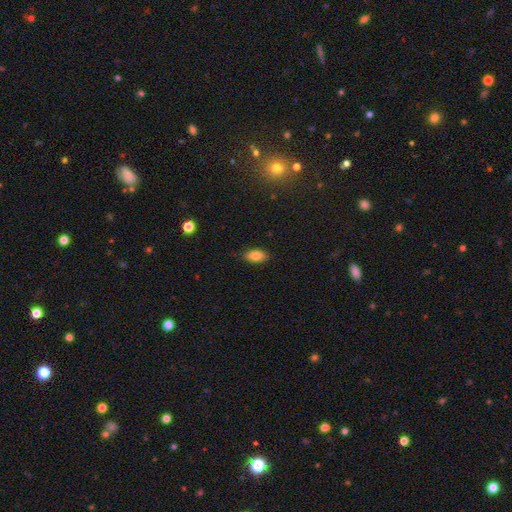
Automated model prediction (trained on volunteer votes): Overall: smooth (81%). How rounded: in between (89%). Merging: none (86%).